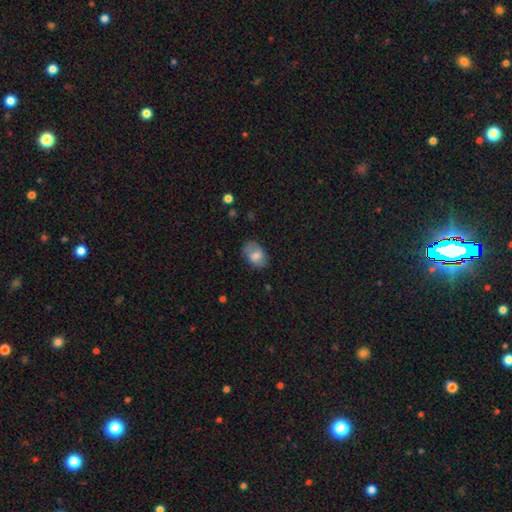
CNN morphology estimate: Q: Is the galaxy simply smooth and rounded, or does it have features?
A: smooth — 71%.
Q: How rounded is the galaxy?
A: in between — 84%.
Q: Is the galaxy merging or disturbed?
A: none — 68%.